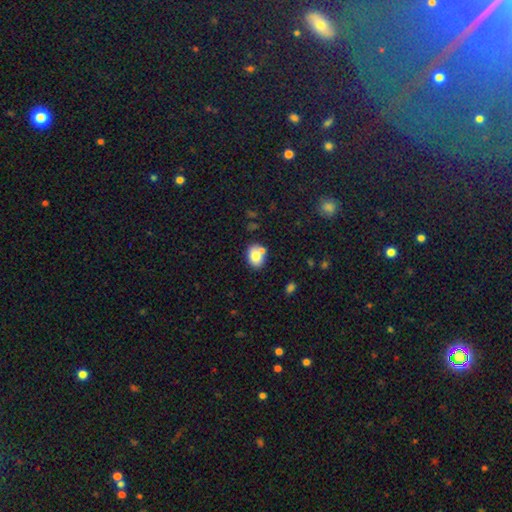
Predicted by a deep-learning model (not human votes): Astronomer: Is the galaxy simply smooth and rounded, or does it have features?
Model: smooth — 77%.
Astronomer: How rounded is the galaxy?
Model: in between — 68%.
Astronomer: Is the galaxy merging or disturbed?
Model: none — 62%.